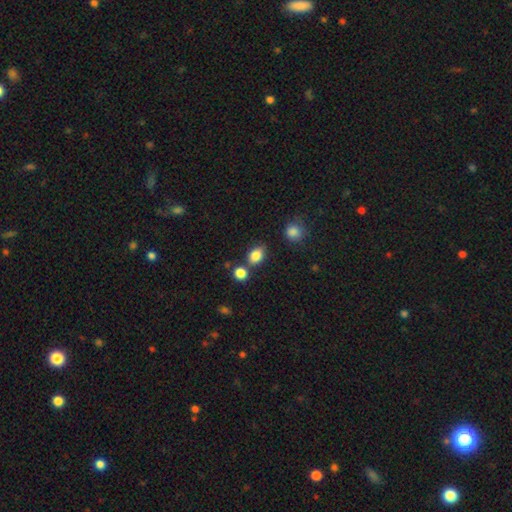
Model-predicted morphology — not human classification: A smooth galaxy with no disk features (83%) that is in between round and cigar-shaped (66%). Merging: none (68%).